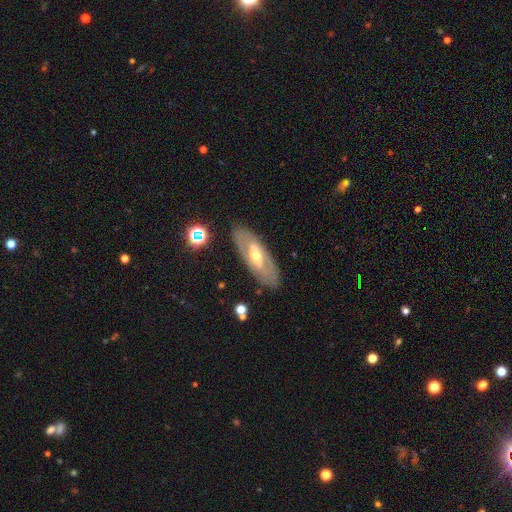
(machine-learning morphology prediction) smooth_or_featured: featured or disk (p=0.70) [alt: smooth p=0.24]
disk_edge_on: no (p=0.82) [alt: yes p=0.18]
bar: weak (p=0.36) [alt: no p=0.32]
has_spiral_arms: no (p=0.54) [alt: yes p=0.46]
bulge_size: moderate (p=0.62) [alt: small p=0.31]
merging: none (p=0.84) [alt: minor disturbance p=0.11]